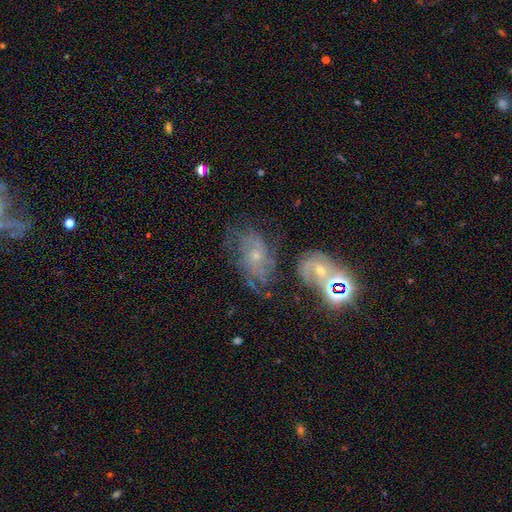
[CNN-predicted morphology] The model was most divided on "spiral winding": tight: 50%, medium: 37%, loose: 14%. Remaining: edge-on disk — no (95%); spiral arms — yes (86%); bar — no (73%); bulge size — small (66%); smooth or featured — featured or disk (66%); merging — none (50%); spiral arm count — can't tell (42%).